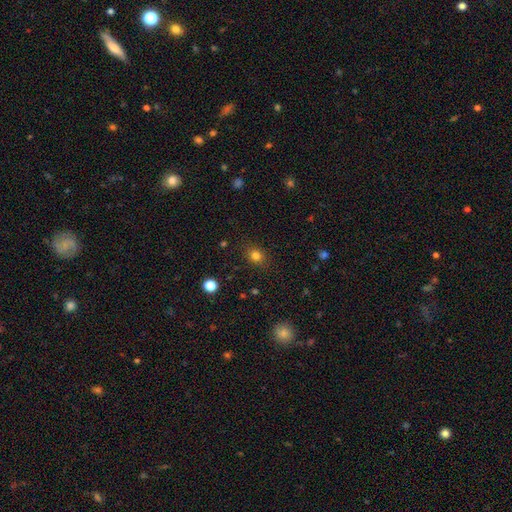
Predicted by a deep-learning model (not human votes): smooth-or-featured: smooth: 80% | star or artifact: 14% | featured or disk: 6%
  how-rounded: round: 64% | in between: 35% | cigar-shaped: 1%
  merging: none: 86% | minor disturbance: 10% | major disturbance: 3% | merger: 1%